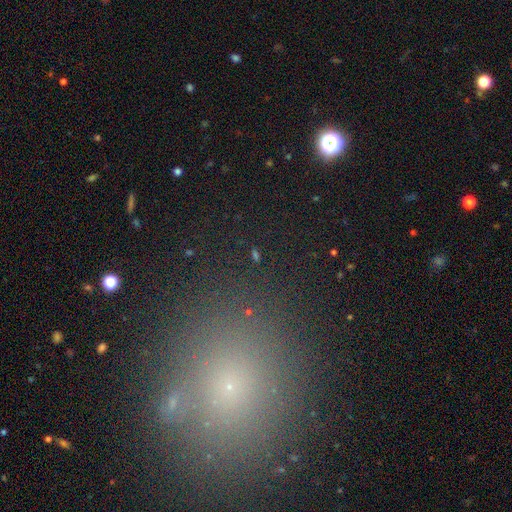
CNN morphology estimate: type=star or artifact (59%).